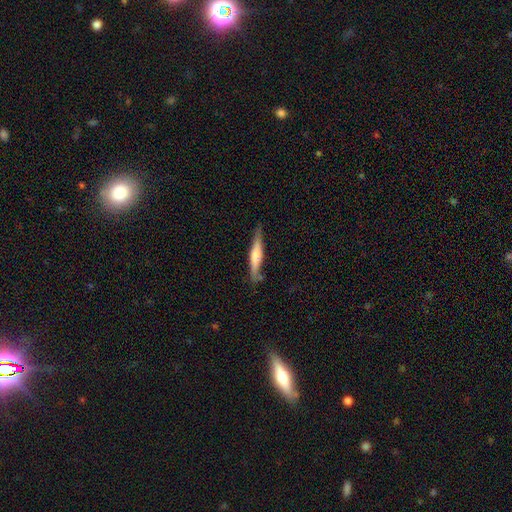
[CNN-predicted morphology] smooth-or-featured: smooth: 53% | featured or disk: 42% | star or artifact: 6%
  how-rounded: cigar-shaped: 89% | in between: 9% | round: 2%
  merging: none: 76% | minor disturbance: 17% | major disturbance: 4% | merger: 3%